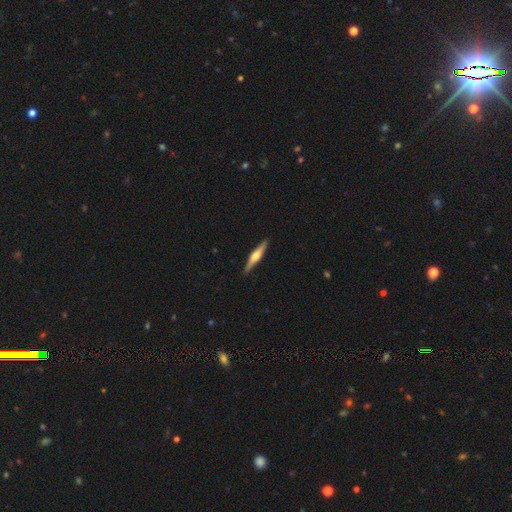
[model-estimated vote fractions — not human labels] smooth_or_featured: featured or disk (p=0.65) [alt: smooth p=0.30]
disk_edge_on: yes (p=0.97) [alt: no p=0.03]
edge_on_bulge: rounded (p=0.90) [alt: boxy p=0.06]
merging: none (p=0.90) [alt: minor disturbance p=0.07]